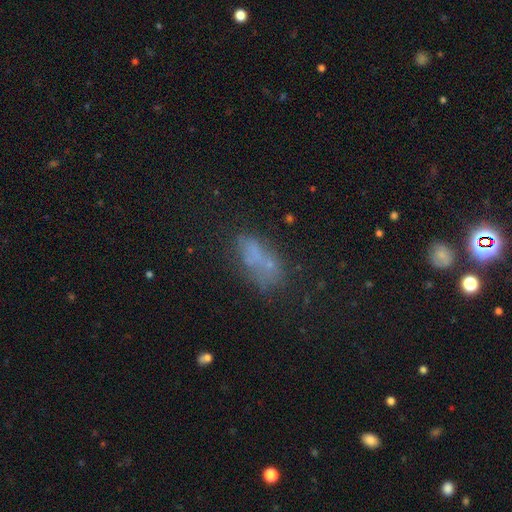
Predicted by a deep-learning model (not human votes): Smooth or featured: smooth — 54% (featured or disk — 28%)
How rounded: in between — 82% (cigar-shaped — 12%)
Merging: none — 43% (minor disturbance — 20%)